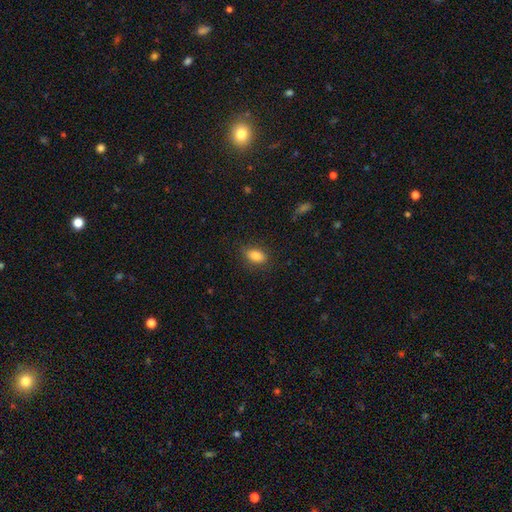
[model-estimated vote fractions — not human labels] Smooth or featured: smooth — 85% (star or artifact — 8%)
How rounded: in between — 88% (round — 8%)
Merging: none — 83% (minor disturbance — 12%)